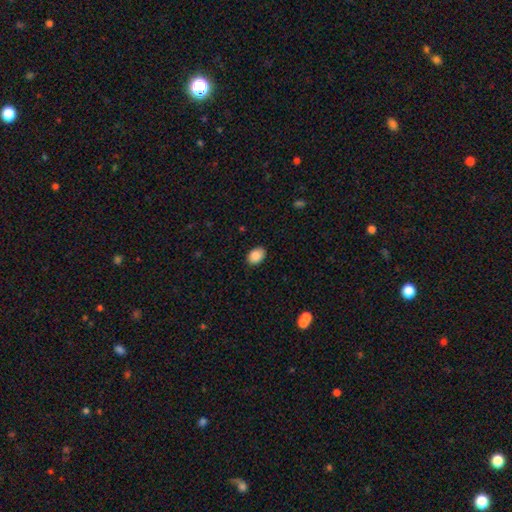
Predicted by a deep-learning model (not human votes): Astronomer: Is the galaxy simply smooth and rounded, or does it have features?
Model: smooth — 89%.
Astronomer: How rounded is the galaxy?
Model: in between — 78%.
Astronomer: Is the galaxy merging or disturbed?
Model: none — 87%.